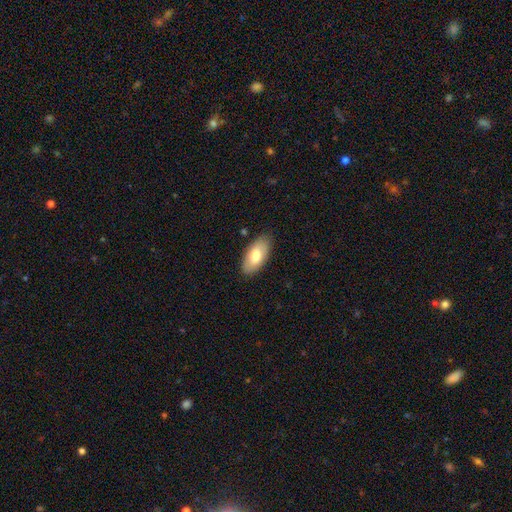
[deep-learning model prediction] A smooth galaxy with no disk features (75%) that is in between round and cigar-shaped (93%).

Vote fractions:
- Smooth or featured? smooth: 75% / featured or disk: 19% / star or artifact: 6%
- How rounded? in between: 93% / cigar-shaped: 5% / round: 2%
- Merging? none: 86% / minor disturbance: 11% / major disturbance: 2% / merger: 1%